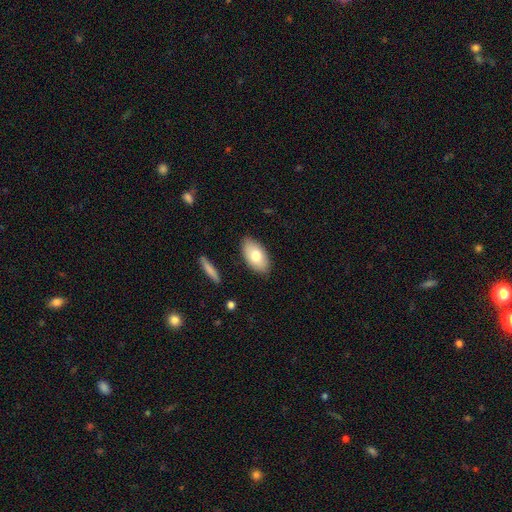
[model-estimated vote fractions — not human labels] Overall: smooth (75%). How rounded: in between (94%). Merging: none (86%).